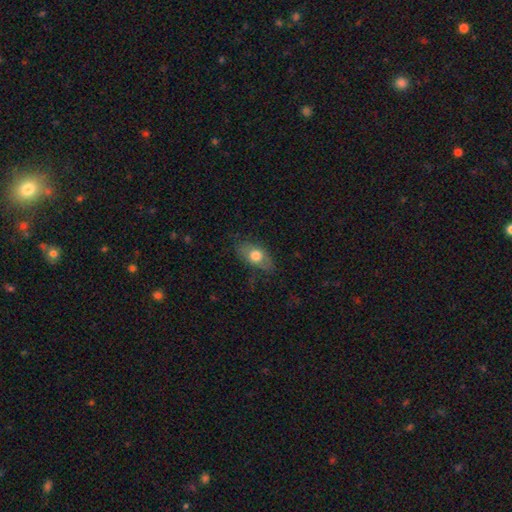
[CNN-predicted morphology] A smooth galaxy with no disk features (68%) that is in between round and cigar-shaped (81%). Merging: none (68%).